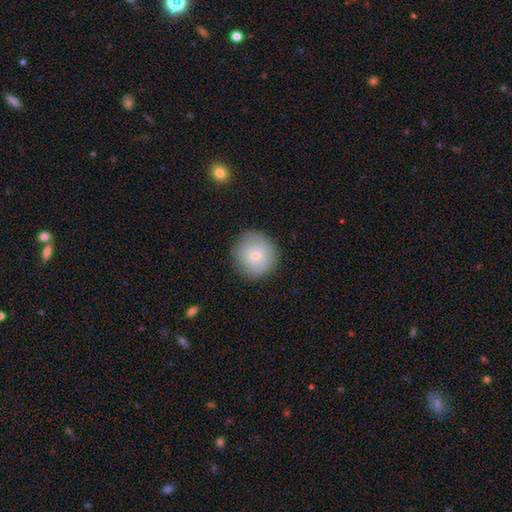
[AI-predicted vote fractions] Q: Smooth or featured?
A: smooth (71%); runner-up: featured or disk (21%)
Q: How rounded?
A: round (91%); runner-up: in between (8%)
Q: Merging?
A: none (83%); runner-up: minor disturbance (12%)